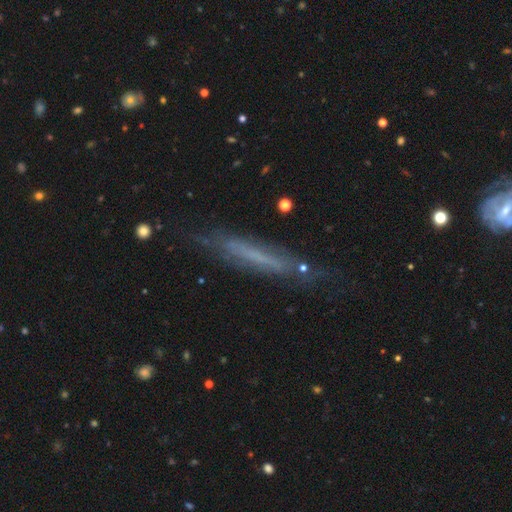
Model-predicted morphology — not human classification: The model was most divided on "smooth or featured": featured or disk: 53%, smooth: 36%, star or artifact: 11%. More confident: edge-on disk — yes (76%); merging — none (71%).